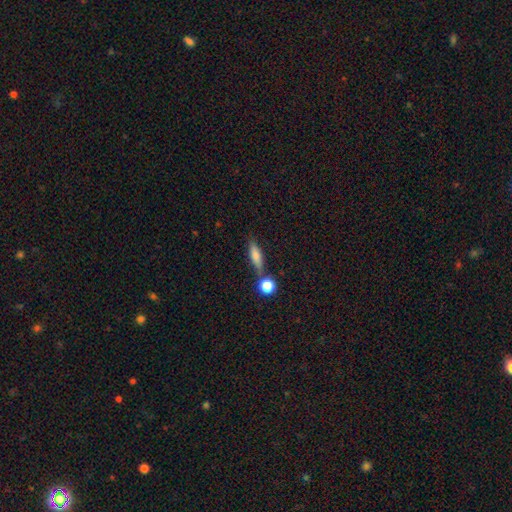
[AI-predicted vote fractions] The model was most divided on "how rounded" (2-way tie): cigar-shaped: 47%, in between: 47%, round: 6%. More confident: smooth or featured — smooth (73%); merging — none (62%).